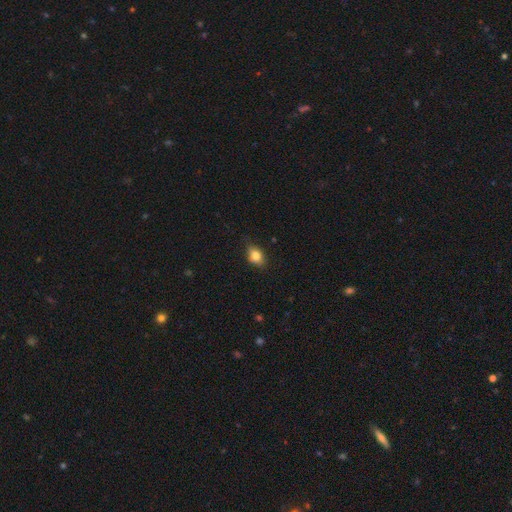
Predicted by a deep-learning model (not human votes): A smooth galaxy with no disk features (82%) that is in between round and cigar-shaped (76%). Merging: none (80%).